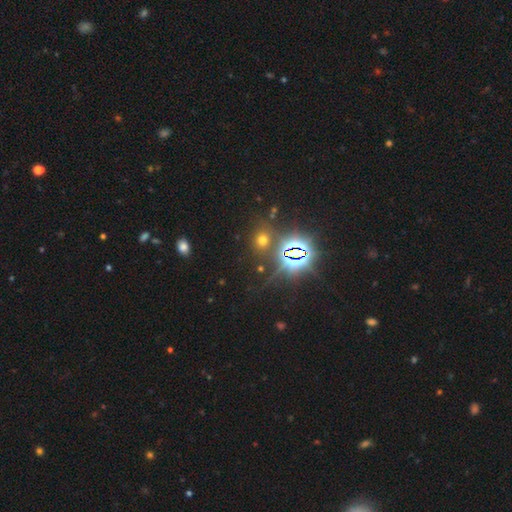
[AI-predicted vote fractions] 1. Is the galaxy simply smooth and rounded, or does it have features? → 81% star or artifact, 12% smooth, 7% featured or disk.